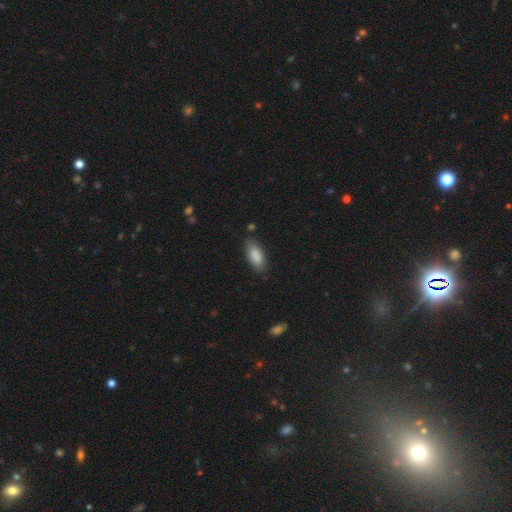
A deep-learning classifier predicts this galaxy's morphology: A smooth galaxy with no disk features (88%) that is in between round and cigar-shaped (86%). Merging: none (80%).